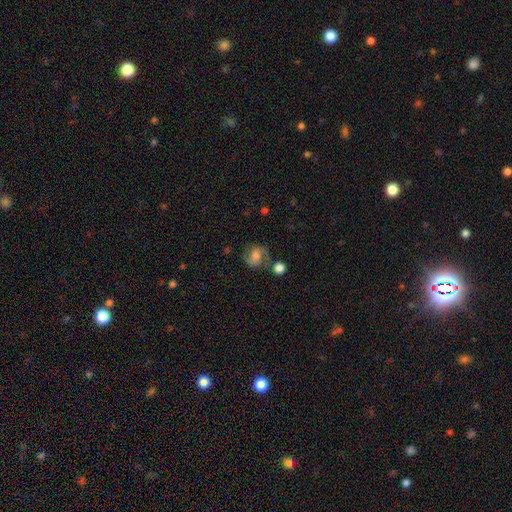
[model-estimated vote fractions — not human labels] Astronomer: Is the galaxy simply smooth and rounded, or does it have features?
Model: featured or disk — 60%.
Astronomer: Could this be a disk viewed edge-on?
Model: no — 97%.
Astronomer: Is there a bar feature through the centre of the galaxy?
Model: weak — 42% (runner-up: no, 41%).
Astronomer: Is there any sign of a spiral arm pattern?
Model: yes — 91%.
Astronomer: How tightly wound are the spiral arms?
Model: medium — 52% (runner-up: loose, 29%).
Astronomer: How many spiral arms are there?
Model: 2 — 90%.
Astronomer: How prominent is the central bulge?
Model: moderate — 47% (runner-up: small, 24%).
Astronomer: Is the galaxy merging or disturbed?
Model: none — 65%.